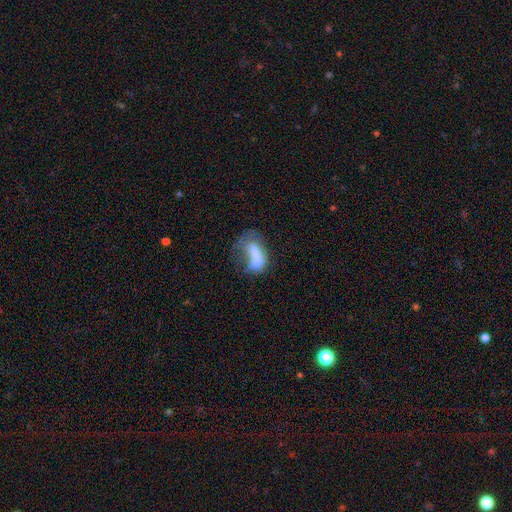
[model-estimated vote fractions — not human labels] Overall: smooth (61%; featured or disk 29%). How rounded: in between (78%). Merging: major disturbance (46%; none 25%).